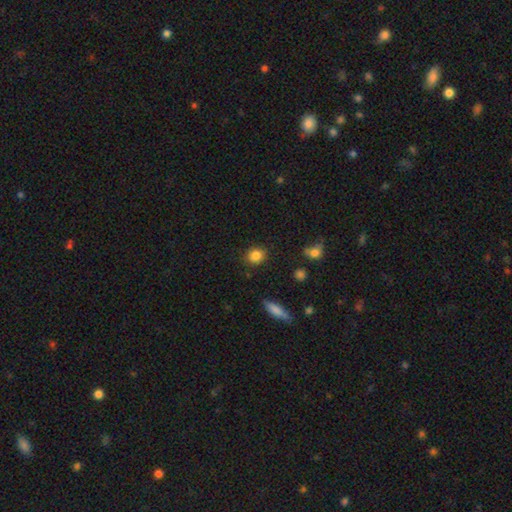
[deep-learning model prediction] Smooth or featured?
  - smooth: 85% *
  - star or artifact: 10%
  - featured or disk: 5%
How rounded?
  - round: 72% *
  - in between: 26%
  - cigar-shaped: 2%
Merging?
  - none: 87% *
  - minor disturbance: 9%
  - major disturbance: 2%
  - merger: 2%